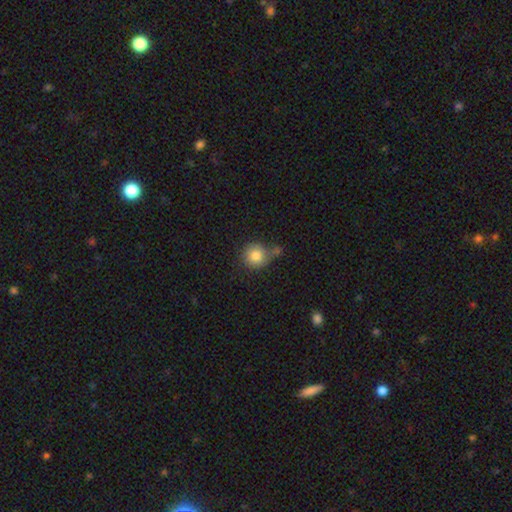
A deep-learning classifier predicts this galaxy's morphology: Smooth or featured?
  - smooth: 83% *
  - featured or disk: 9%
  - star or artifact: 8%
How rounded?
  - round: 92% *
  - in between: 7%
  - cigar-shaped: 1%
Merging?
  - none: 51% *
  - merger: 23%
  - minor disturbance: 18%
  - major disturbance: 8%